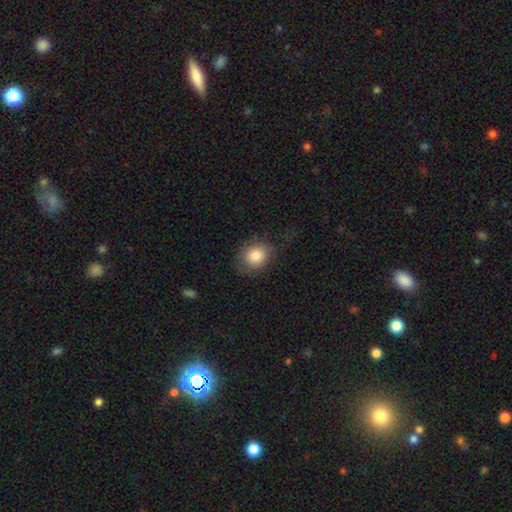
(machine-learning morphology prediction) A smooth galaxy with no disk features (82%) that is round (63%). Merging: none (67%).